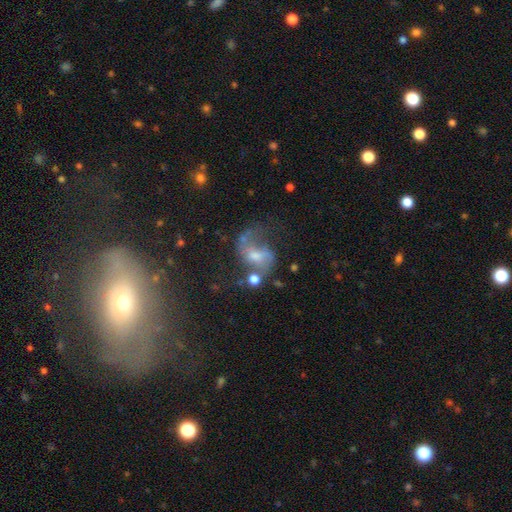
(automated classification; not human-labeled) A featured or disk galaxy (71%) with a weak bar (44%), 2 (79%) loose (59%) spiral arms (85%) and a moderate central bulge (45%). Merging: none (41%).